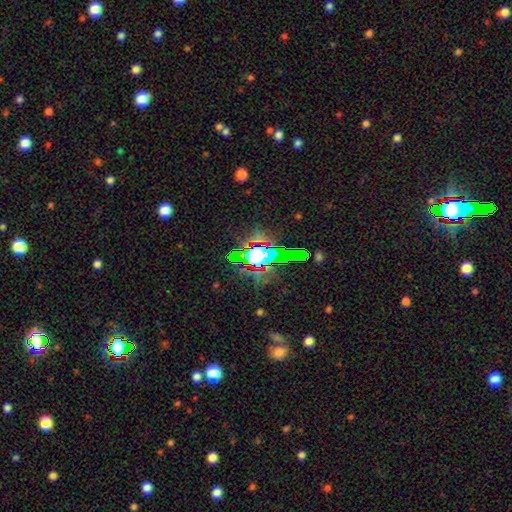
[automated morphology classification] star or artifact 63%, smooth 23%, featured or disk 14%.